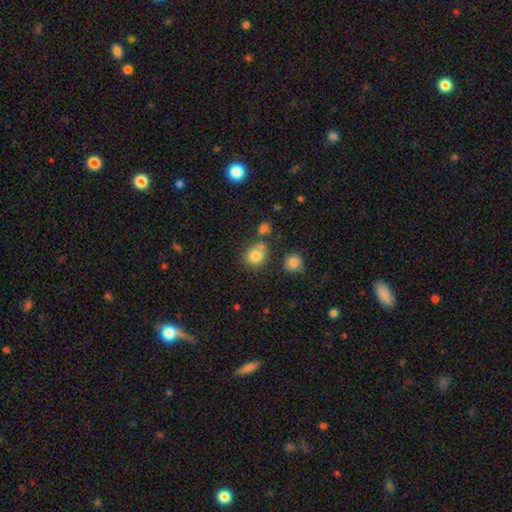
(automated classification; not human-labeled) Smooth or featured: smooth — 81% (star or artifact — 12%)
How rounded: round — 79% (in between — 20%)
Merging: none — 65% (minor disturbance — 16%)